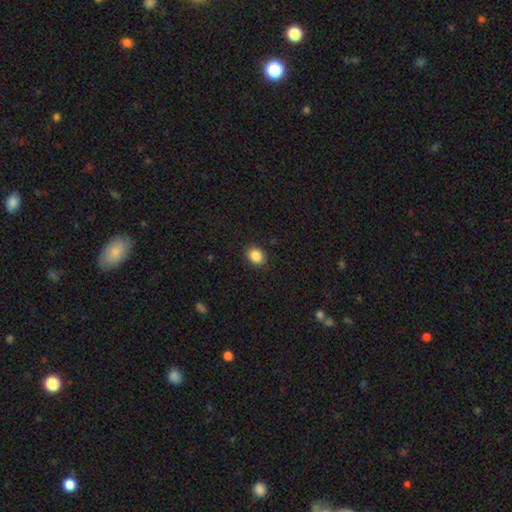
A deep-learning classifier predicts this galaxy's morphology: Q: Smooth or featured?
A: smooth (87%); runner-up: star or artifact (9%)
Q: How rounded?
A: round (50%); tied with: in between (50%)
Q: Merging?
A: none (89%); runner-up: minor disturbance (8%)